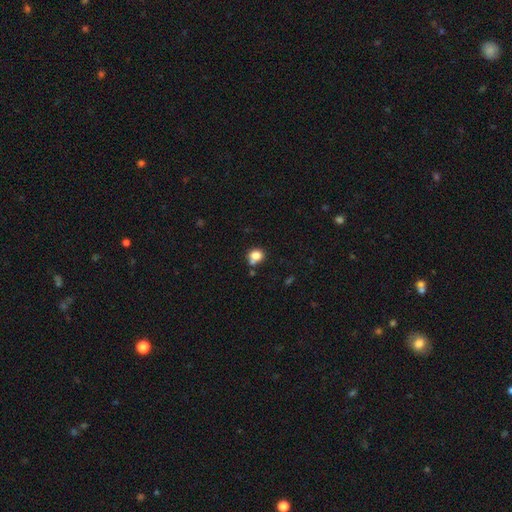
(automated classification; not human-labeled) Overall: smooth (81%). How rounded: round (73%). Merging: none (57%; merger 22%).